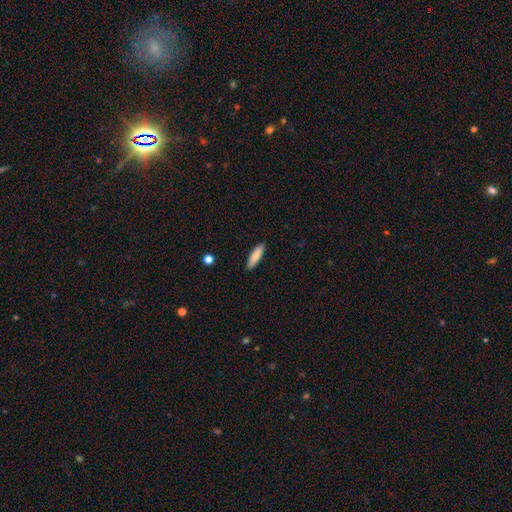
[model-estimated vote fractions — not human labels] A smooth galaxy with no disk features (82%) that is cigar-shaped (66%). Merging: none (89%).